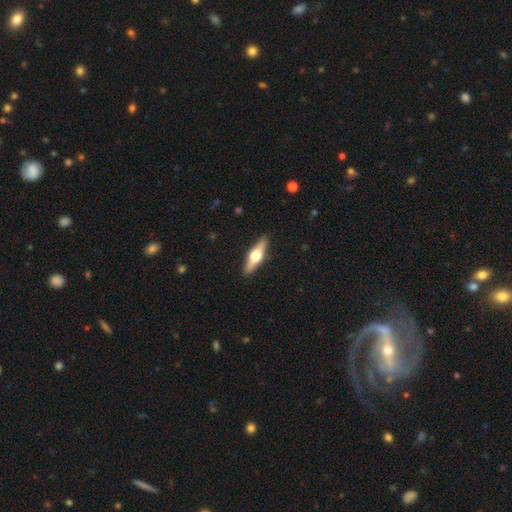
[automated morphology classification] type=featured or disk (59%); edge-on=yes (94%); edge-on bulge=rounded (95%); merging=none (90%).